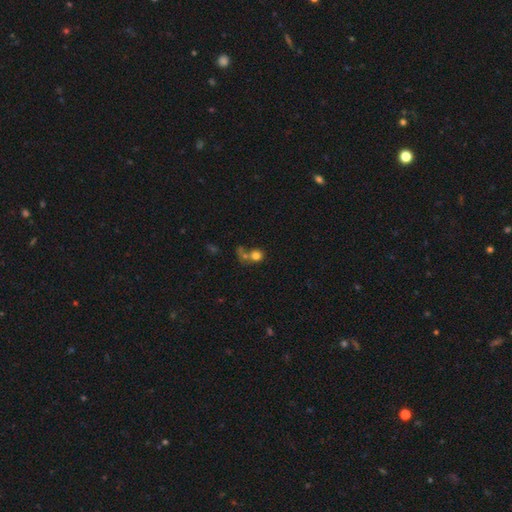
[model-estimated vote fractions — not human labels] smooth 74%, star or artifact 14%, featured or disk 13%. Down the decision tree: how rounded — round (82%); merging — merger (41%).